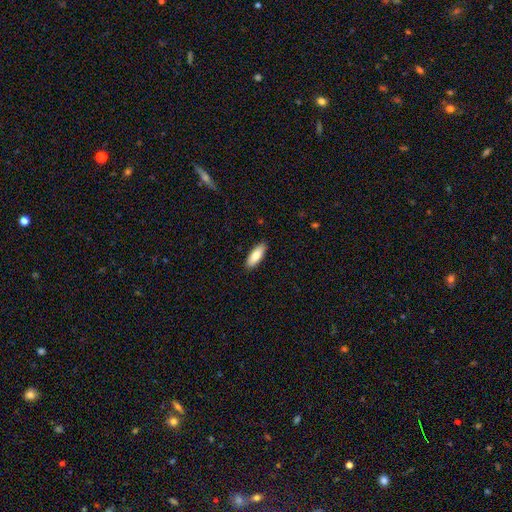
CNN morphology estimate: The model was most divided on "how rounded": in between: 70%, cigar-shaped: 28%, round: 2%. More confident: merging — none (89%); smooth or featured — smooth (85%).